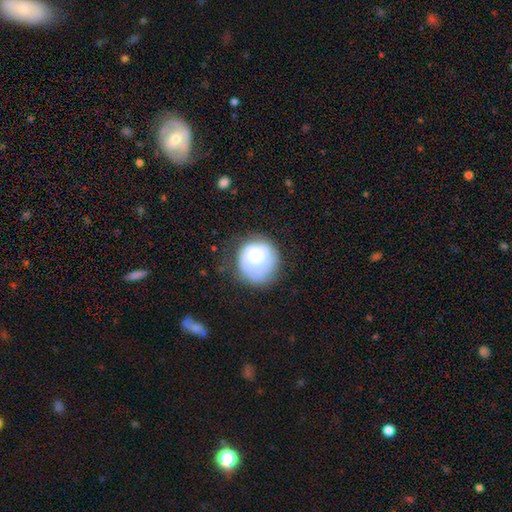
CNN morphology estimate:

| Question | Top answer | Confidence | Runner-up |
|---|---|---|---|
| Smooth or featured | featured or disk | 57% | smooth (35%) |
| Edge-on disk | no | 97% | yes (3%) |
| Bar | no | 83% | weak (14%) |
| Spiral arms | yes | 64% | no (36%) |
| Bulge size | moderate | 65% | large (24%) |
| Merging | none | 60% | minor disturbance (24%) |